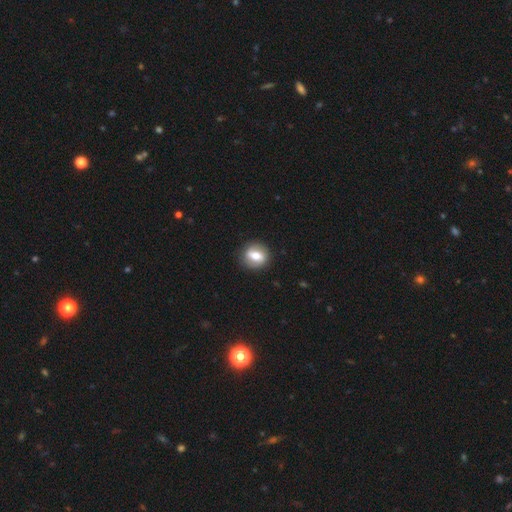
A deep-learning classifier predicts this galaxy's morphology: This is possibly a smooth galaxy (55%). How rounded: likely round (72%). Merging: clearly none (87%).